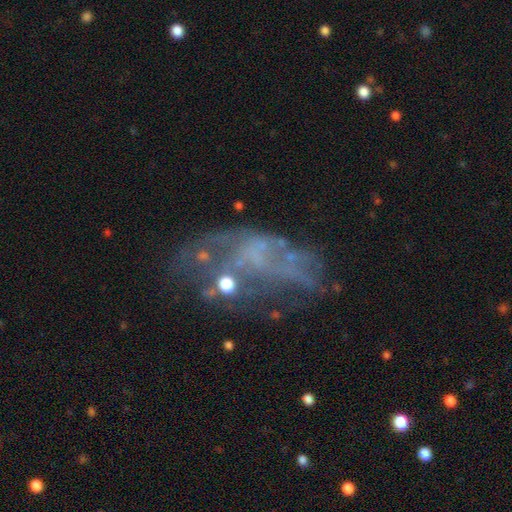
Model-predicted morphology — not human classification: Smooth or featured? featured or disk (60%)
Edge-on disk? no (96%)
Bar? no (85%)
Spiral arms? no (82%)
Bulge size? none (72%)
Merging? major disturbance (36%)